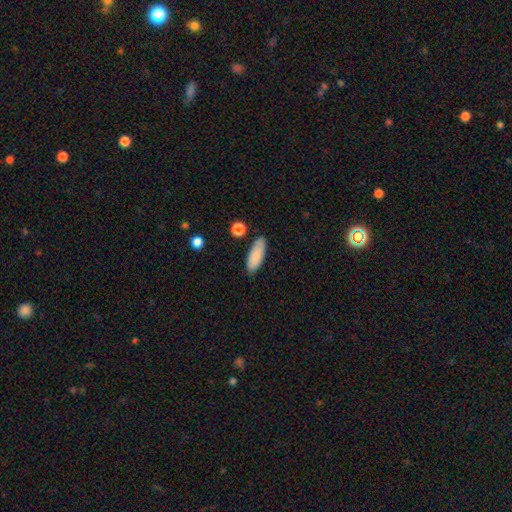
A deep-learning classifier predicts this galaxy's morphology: Q: Smooth or featured?
A: smooth (87%); runner-up: featured or disk (6%)
Q: How rounded?
A: in between (68%); runner-up: cigar-shaped (30%)
Q: Merging?
A: none (83%); runner-up: minor disturbance (12%)